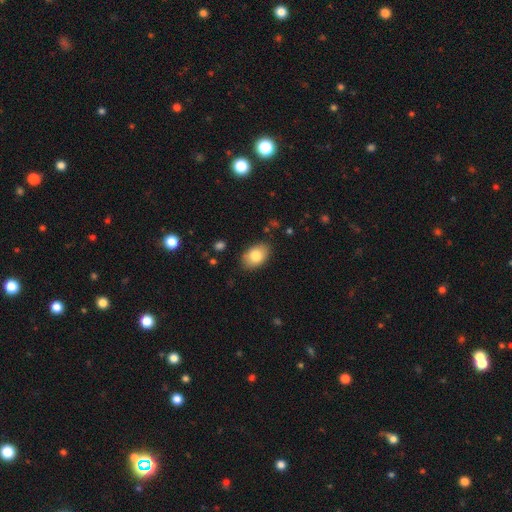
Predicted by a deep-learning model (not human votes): A smooth galaxy with no disk features (82%) that is in between round and cigar-shaped (88%).

Vote fractions:
- Smooth or featured? smooth: 82% / featured or disk: 11% / star or artifact: 7%
- How rounded? in between: 88% / round: 11% / cigar-shaped: 1%
- Merging? none: 85% / minor disturbance: 11% / major disturbance: 3% / merger: 1%